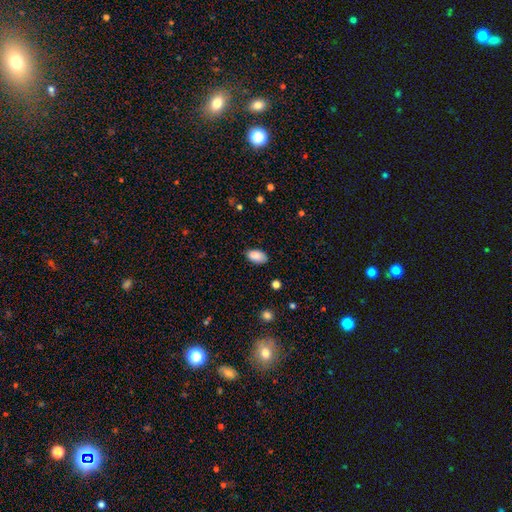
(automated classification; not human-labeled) Smooth or featured: smooth — 87% (star or artifact — 8%)
How rounded: in between — 93% (round — 5%)
Merging: none — 72% (minor disturbance — 23%)